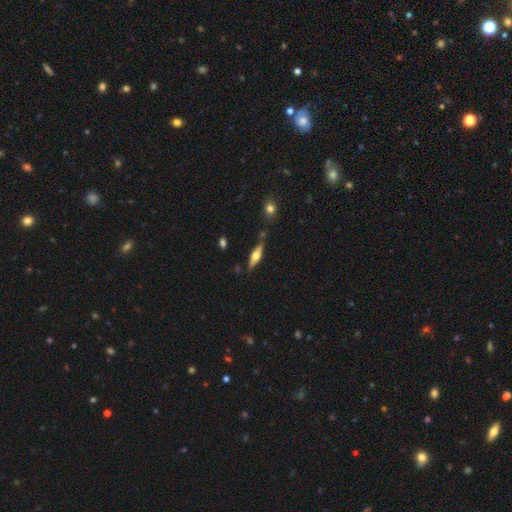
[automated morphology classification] This is likely a featured or disk galaxy (67%). It is clearly viewed edge-on (95%). Edge-on bulge: clearly rounded (92%). Merging: likely none (78%).